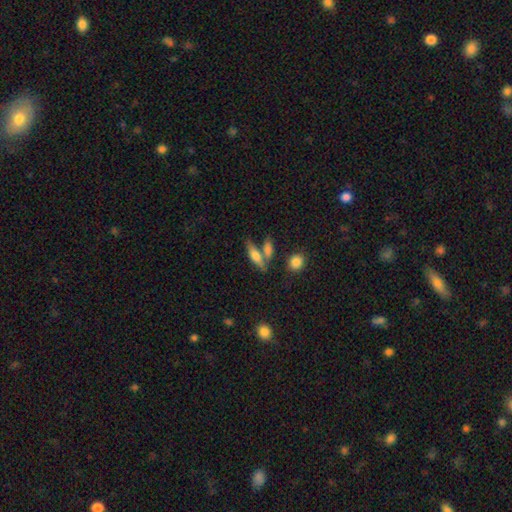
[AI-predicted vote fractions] Smooth or featured: smooth — 67% (featured or disk — 25%)
How rounded: in between — 50% (cigar-shaped — 45%)
Merging: none — 54% (merger — 27%)